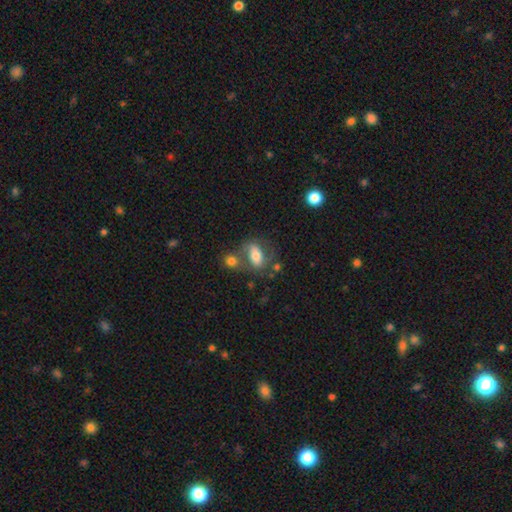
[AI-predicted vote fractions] A smooth galaxy with no disk features (59%) that is in between round and cigar-shaped (82%).

Vote fractions:
- Smooth or featured? smooth: 59% / featured or disk: 32% / star or artifact: 9%
- How rounded? in between: 82% / round: 14% / cigar-shaped: 4%
- Merging? none: 42% / merger: 33% / minor disturbance: 15% / major disturbance: 10%